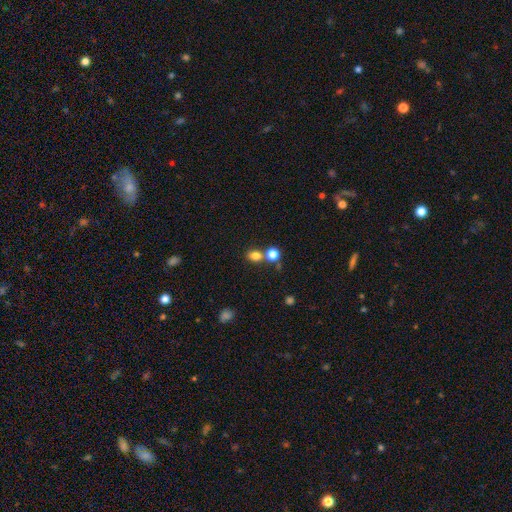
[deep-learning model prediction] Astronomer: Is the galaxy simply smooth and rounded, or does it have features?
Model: smooth — 80%.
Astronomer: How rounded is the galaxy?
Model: round — 54% (runner-up: in between, 44%).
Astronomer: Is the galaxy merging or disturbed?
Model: none — 55% (runner-up: merger, 31%).